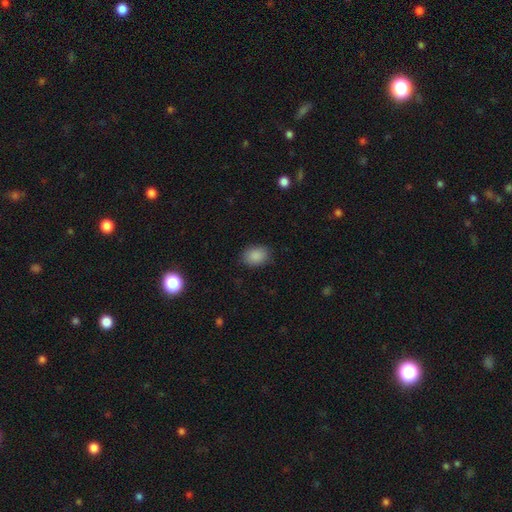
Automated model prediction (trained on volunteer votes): Smooth or featured: smooth — 88% (star or artifact — 9%)
How rounded: in between — 69% (round — 30%)
Merging: none — 84% (minor disturbance — 12%)